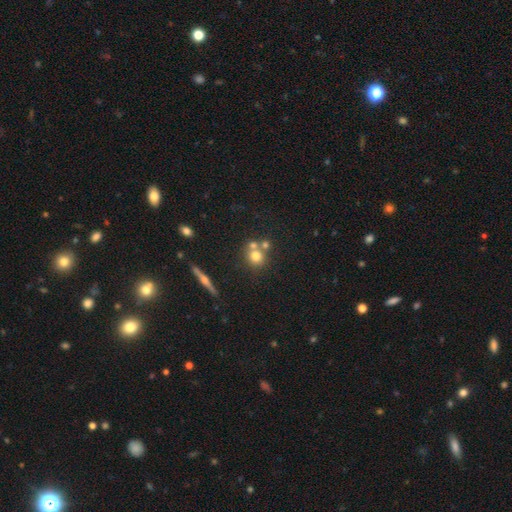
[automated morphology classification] smooth 67%, featured or disk 20%, star or artifact 13%. Down the decision tree: how rounded — round (86%); merging — none (50%).